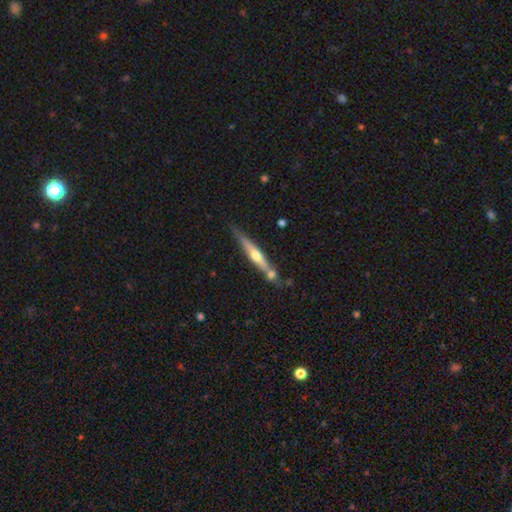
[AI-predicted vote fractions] This is likely a featured or disk galaxy (63%). It is clearly viewed edge-on (94%). Edge-on bulge: clearly rounded (85%). Merging: likely none (64%).